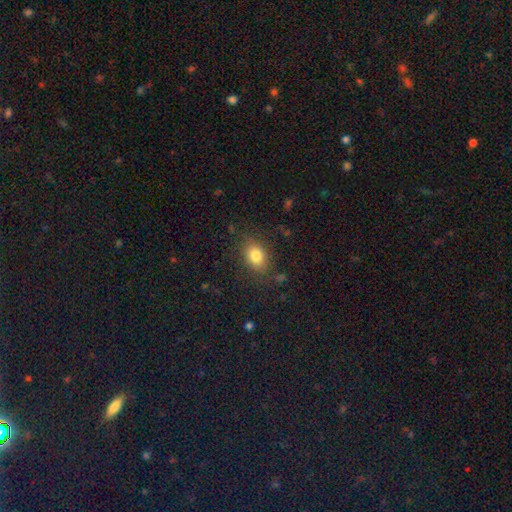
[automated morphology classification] smooth-or-featured: smooth: 82% | star or artifact: 10% | featured or disk: 8%
  how-rounded: in between: 68% | round: 31% | cigar-shaped: 1%
  merging: none: 81% | minor disturbance: 13% | major disturbance: 4% | merger: 2%